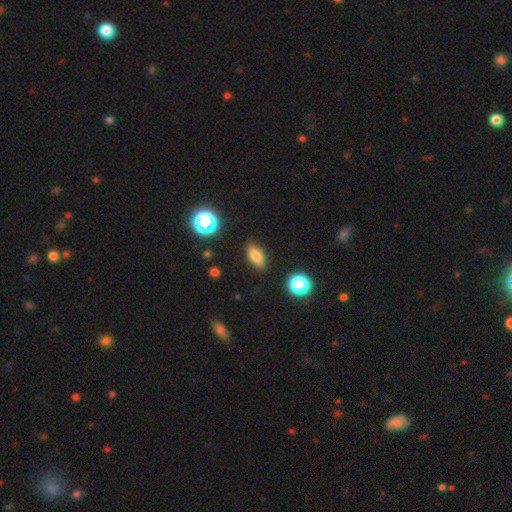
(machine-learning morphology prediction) smooth_or_featured: smooth (p=0.78) [alt: star or artifact p=0.12]
how_rounded: in between (p=0.84) [alt: cigar-shaped p=0.08]
merging: none (p=0.87) [alt: minor disturbance p=0.09]